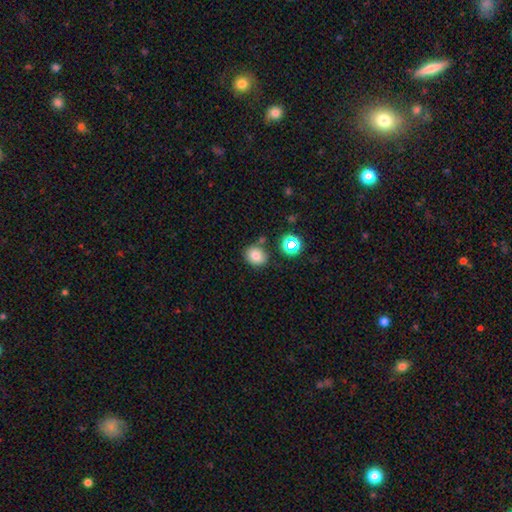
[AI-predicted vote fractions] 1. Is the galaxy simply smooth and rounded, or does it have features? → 77% smooth, 15% star or artifact, 8% featured or disk.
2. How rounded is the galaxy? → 67% round, 32% in between, 1% cigar-shaped.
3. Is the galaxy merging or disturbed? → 75% none, 12% minor disturbance, 9% merger, 3% major disturbance.